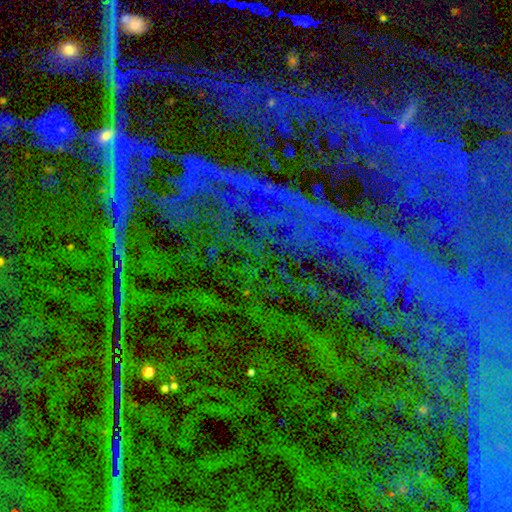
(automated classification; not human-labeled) The model was most divided on "smooth or featured": star or artifact: 82%, featured or disk: 10%, smooth: 8%.